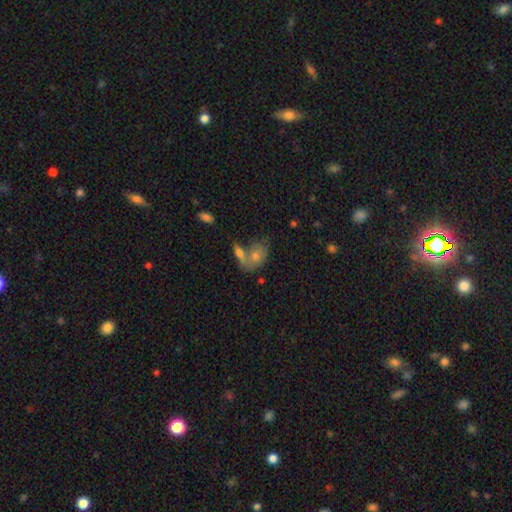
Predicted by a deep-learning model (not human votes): smooth-or-featured: smooth: 68% | featured or disk: 23% | star or artifact: 9%
  how-rounded: in between: 83% | round: 14% | cigar-shaped: 3%
  merging: merger: 42% | none: 36% | minor disturbance: 14% | major disturbance: 7%